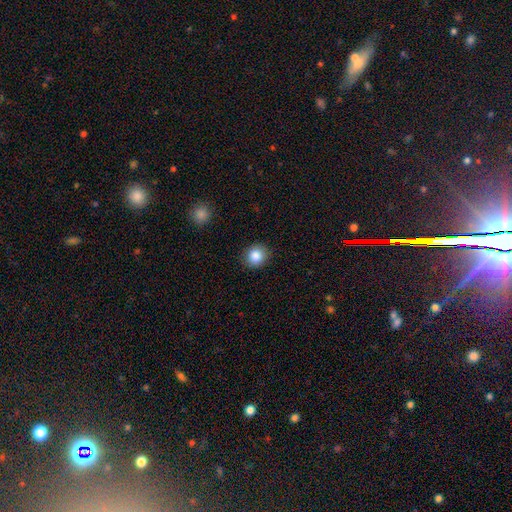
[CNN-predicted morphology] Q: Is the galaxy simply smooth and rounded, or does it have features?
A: smooth — 86%.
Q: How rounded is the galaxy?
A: round — 83%.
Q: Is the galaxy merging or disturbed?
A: none — 88%.